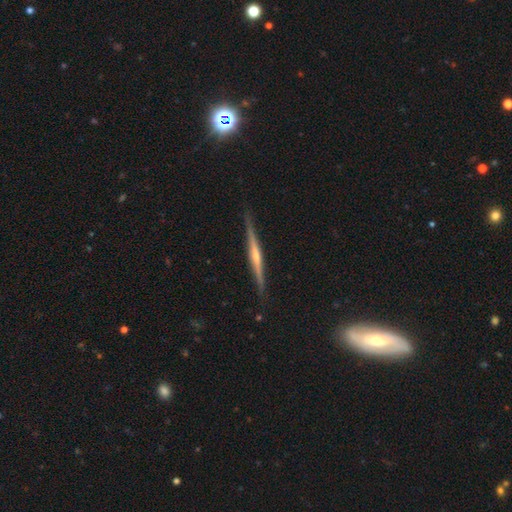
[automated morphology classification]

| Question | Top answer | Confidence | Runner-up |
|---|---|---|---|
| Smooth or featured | featured or disk | 77% | smooth (18%) |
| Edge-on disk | yes | 98% | no (2%) |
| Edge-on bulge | rounded | 61% | none (28%) |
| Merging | none | 89% | minor disturbance (8%) |